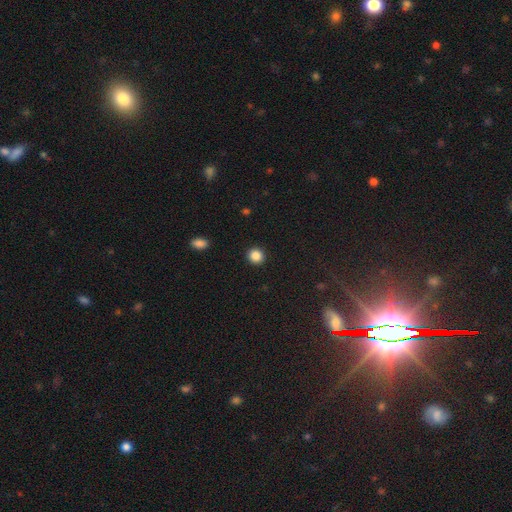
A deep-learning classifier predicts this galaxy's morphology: Smooth or featured: smooth — 87% (star or artifact — 10%)
How rounded: round — 91% (in between — 8%)
Merging: none — 93% (minor disturbance — 5%)